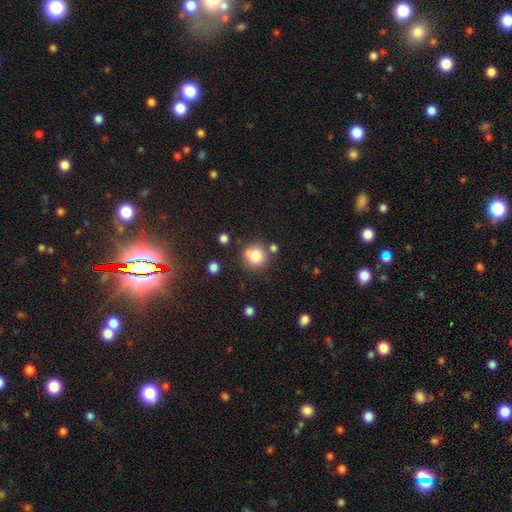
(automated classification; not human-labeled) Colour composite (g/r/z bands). It shows a smooth galaxy with no disk features (79%) that is round (90%). Merging: none (67%).